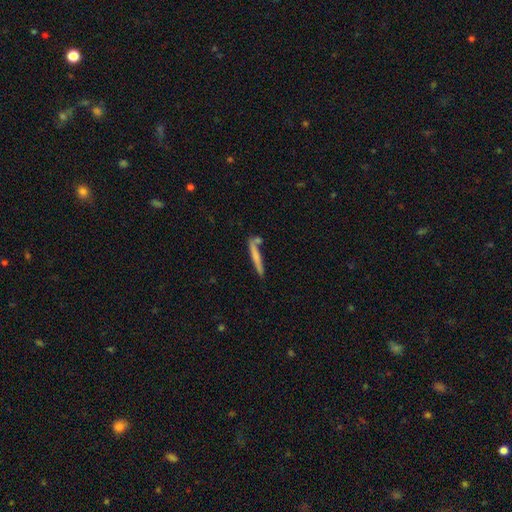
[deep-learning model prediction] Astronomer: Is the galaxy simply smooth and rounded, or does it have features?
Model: smooth — 59%.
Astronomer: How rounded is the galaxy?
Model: cigar-shaped — 95%.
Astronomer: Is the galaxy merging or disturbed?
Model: none — 71%.